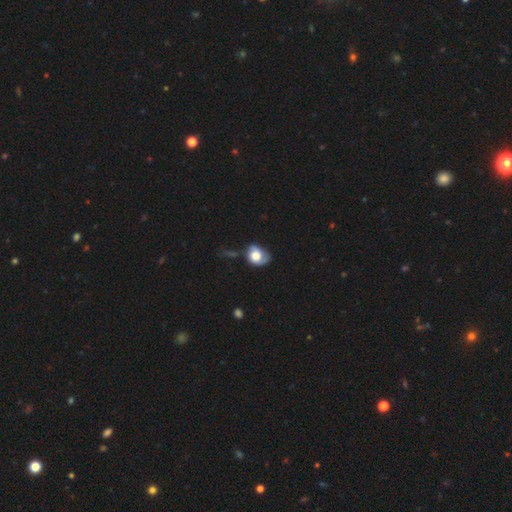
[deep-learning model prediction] Smooth or featured? smooth (59%)
How rounded? in between (56%)
Merging? none (37%)